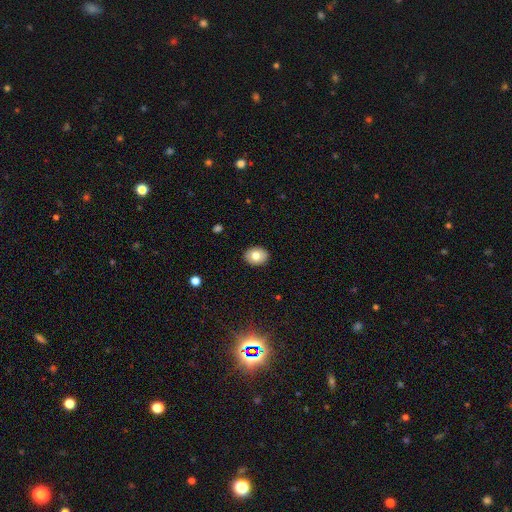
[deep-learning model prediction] smooth_or_featured: smooth (p=0.77) [alt: featured or disk p=0.15]
how_rounded: in between (p=0.59) [alt: round p=0.40]
merging: none (p=0.90) [alt: minor disturbance p=0.07]